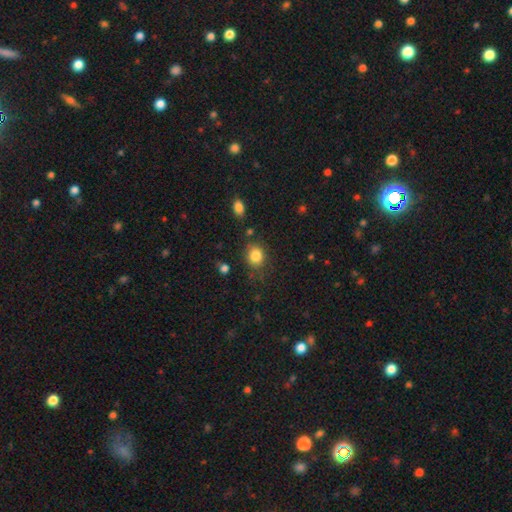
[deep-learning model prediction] smooth-or-featured: smooth: 84% | star or artifact: 10% | featured or disk: 6%
  how-rounded: round: 64% | in between: 35% | cigar-shaped: 1%
  merging: none: 76% | minor disturbance: 15% | major disturbance: 5% | merger: 4%